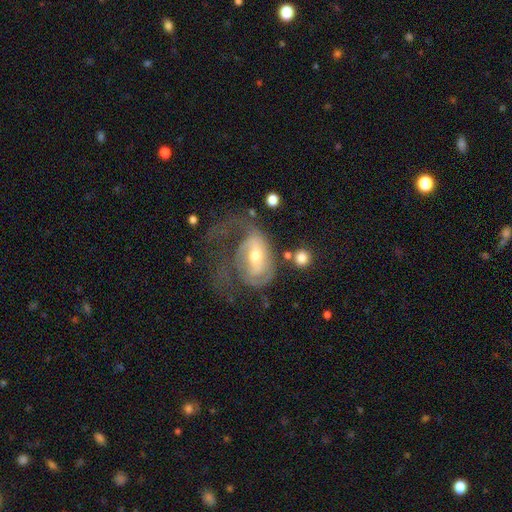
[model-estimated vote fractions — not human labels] Q: Smooth or featured?
A: featured or disk (70%); runner-up: smooth (23%)
Q: Edge-on disk?
A: no (95%); runner-up: yes (5%)
Q: Bar?
A: no (44%); runner-up: weak (39%)
Q: Spiral arms?
A: yes (73%); runner-up: no (27%)
Q: Bulge size?
A: moderate (60%); runner-up: small (32%)
Q: Merging?
A: major disturbance (58%); runner-up: none (21%)